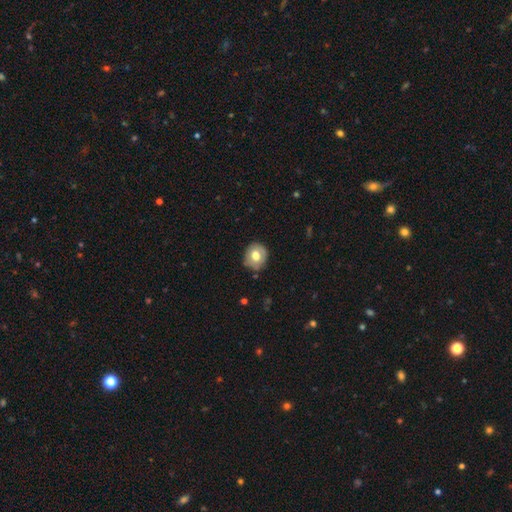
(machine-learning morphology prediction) smooth 67%, featured or disk 24%, star or artifact 8%. Down the decision tree: how rounded — round (81%); merging — none (80%).